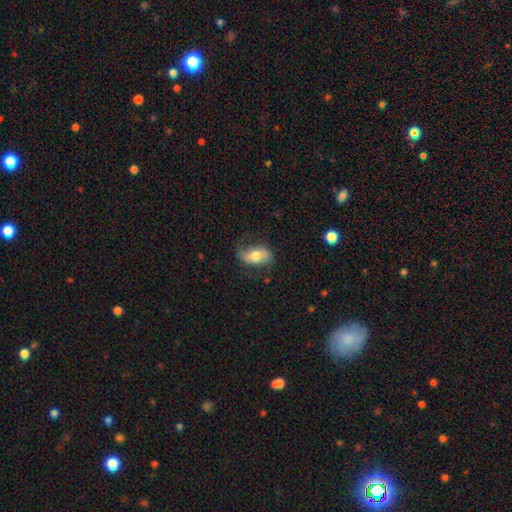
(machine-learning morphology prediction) A smooth galaxy with no disk features (49%).

Vote fractions:
- Smooth or featured? smooth: 49% / featured or disk: 44% / star or artifact: 7%
- Merging? none: 62% / minor disturbance: 25% / major disturbance: 11% / merger: 2%